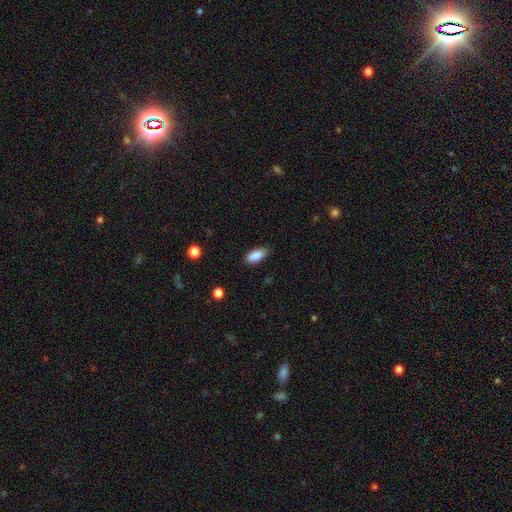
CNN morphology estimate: Q: Smooth or featured?
A: smooth (88%); runner-up: star or artifact (7%)
Q: How rounded?
A: in between (90%); runner-up: cigar-shaped (8%)
Q: Merging?
A: none (83%); runner-up: minor disturbance (13%)